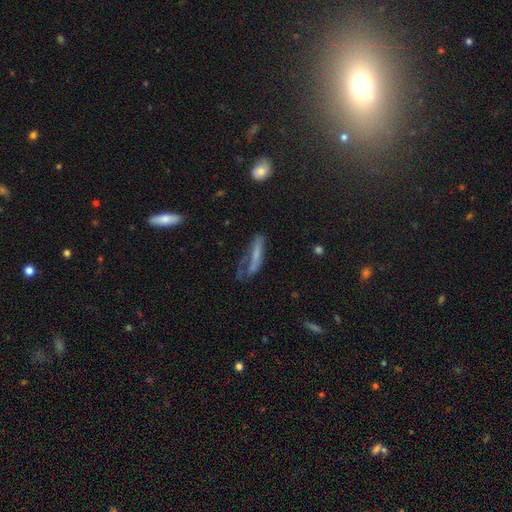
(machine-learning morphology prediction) Overall: smooth (49%; featured or disk 40%). Merging: major disturbance (41%; none 31%).